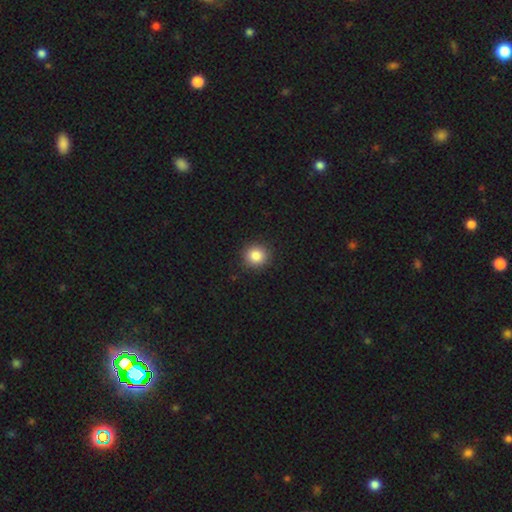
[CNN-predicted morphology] Smooth or featured?
  - smooth: 85% *
  - star or artifact: 10%
  - featured or disk: 5%
How rounded?
  - round: 90% *
  - in between: 9%
  - cigar-shaped: 1%
Merging?
  - none: 91% *
  - minor disturbance: 6%
  - major disturbance: 2%
  - merger: 1%